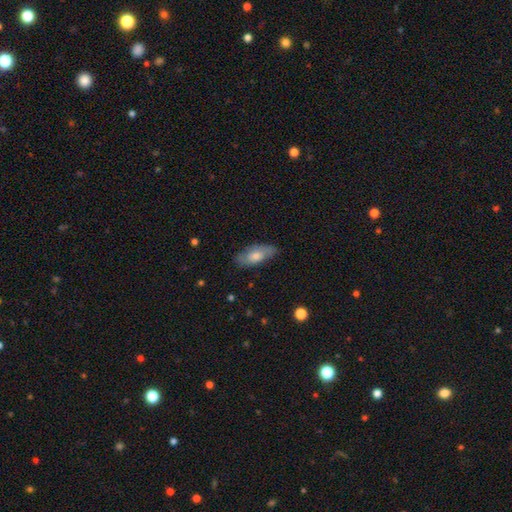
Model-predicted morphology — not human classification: Smooth or featured? smooth (56%)
How rounded? in between (81%)
Merging? none (78%)